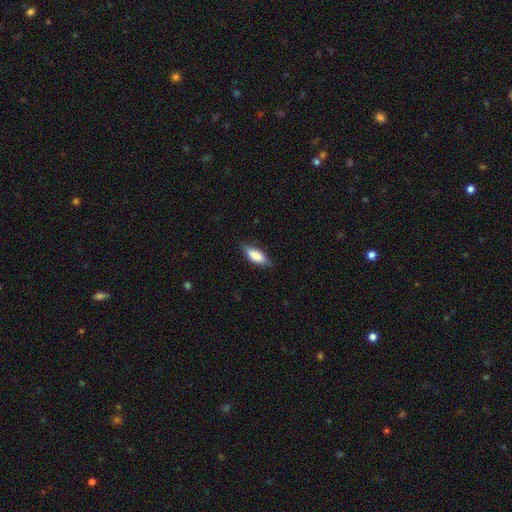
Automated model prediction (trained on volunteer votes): Smooth or featured?
  - smooth: 78% *
  - featured or disk: 16%
  - star or artifact: 6%
How rounded?
  - in between: 73% *
  - cigar-shaped: 25%
  - round: 2%
Merging?
  - none: 80% *
  - minor disturbance: 16%
  - major disturbance: 3%
  - merger: 1%